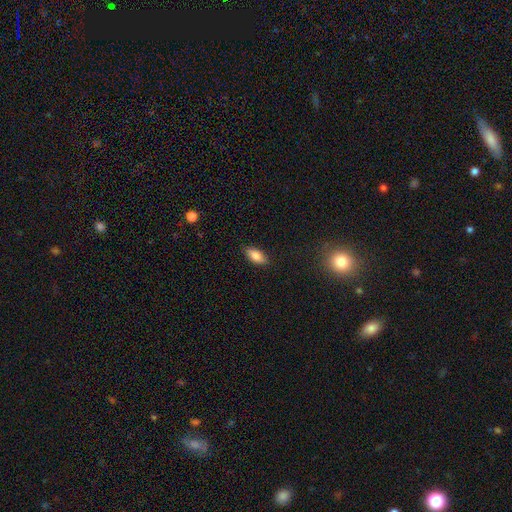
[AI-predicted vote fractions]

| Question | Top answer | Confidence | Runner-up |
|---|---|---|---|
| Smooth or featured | smooth | 82% | featured or disk (10%) |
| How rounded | in between | 87% | cigar-shaped (10%) |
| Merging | none | 85% | minor disturbance (12%) |